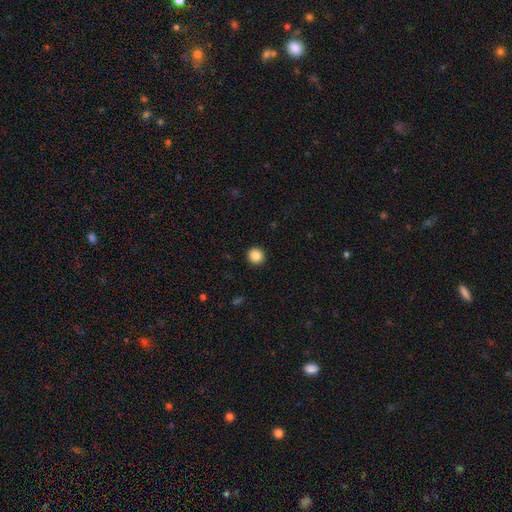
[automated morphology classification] smooth-or-featured: smooth: 87% | star or artifact: 9% | featured or disk: 3%
  how-rounded: round: 91% | in between: 8% | cigar-shaped: 1%
  merging: none: 93% | minor disturbance: 5% | major disturbance: 2% | merger: 1%